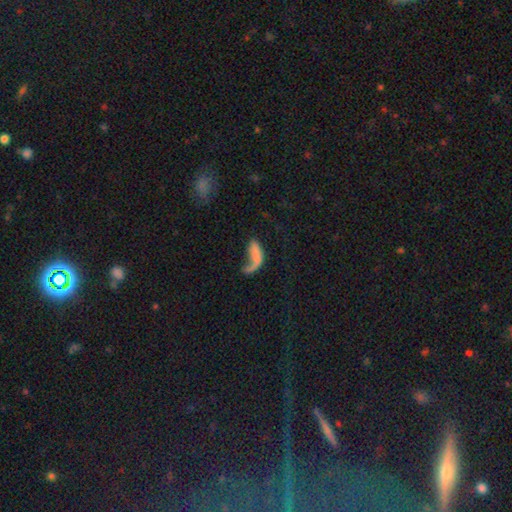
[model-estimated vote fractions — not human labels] The model was most divided on "merging": major disturbance: 45%, none: 24%, merger: 16%, minor disturbance: 15%. More confident: how rounded — in between (71%); smooth or featured — smooth (56%).